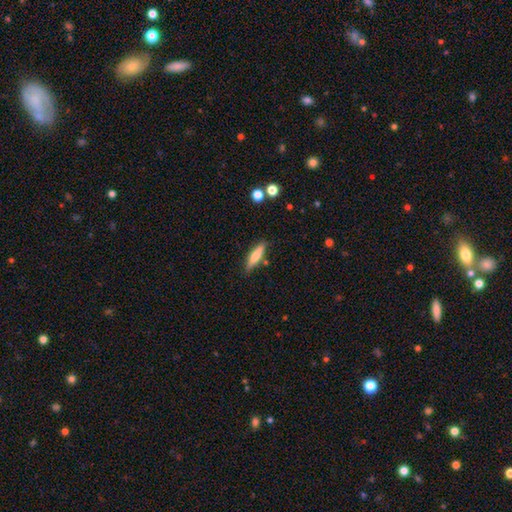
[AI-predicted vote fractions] smooth_or_featured: smooth (p=0.70) [alt: featured or disk p=0.24]
how_rounded: cigar-shaped (p=0.75) [alt: in between p=0.23]
merging: none (p=0.81) [alt: minor disturbance p=0.13]